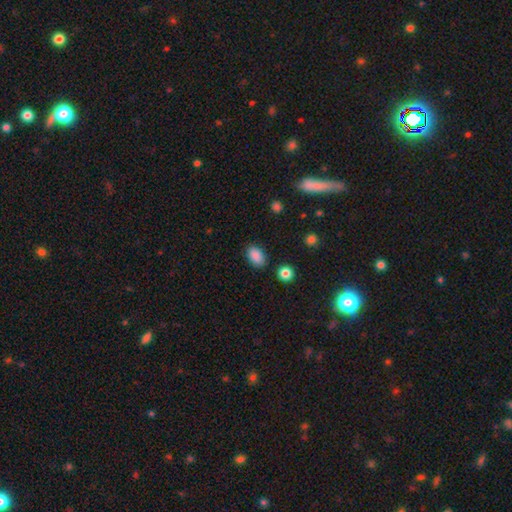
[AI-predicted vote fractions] smooth-or-featured: smooth: 88% | star or artifact: 8% | featured or disk: 4%
  how-rounded: in between: 89% | round: 10% | cigar-shaped: 2%
  merging: none: 84% | minor disturbance: 11% | major disturbance: 3% | merger: 2%